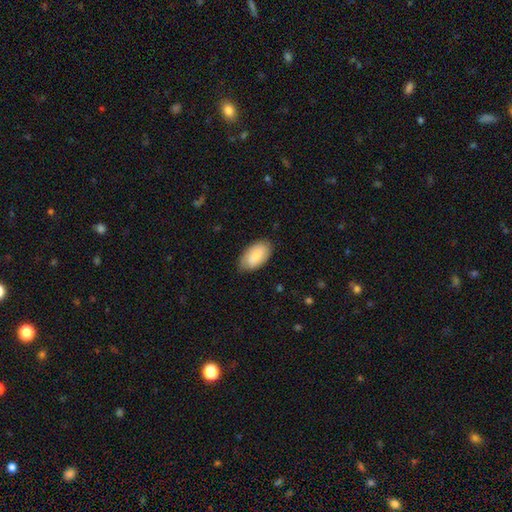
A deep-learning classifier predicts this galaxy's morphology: This appears to be a smooth galaxy with no disk features (83%) that is in between round and cigar-shaped (95%). Merging: none (80%).